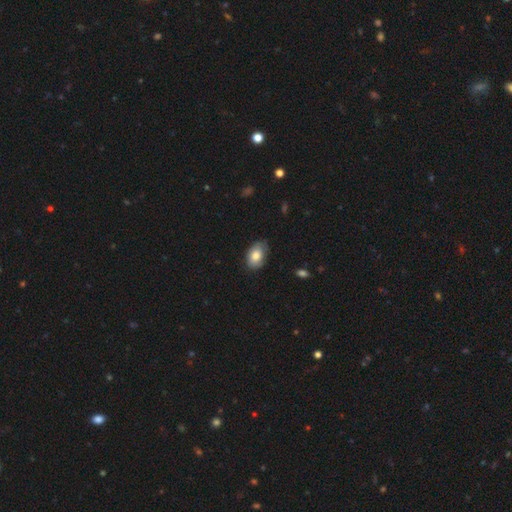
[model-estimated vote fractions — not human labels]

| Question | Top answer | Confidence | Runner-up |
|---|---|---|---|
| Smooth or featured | smooth | 80% | featured or disk (13%) |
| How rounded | in between | 87% | round (12%) |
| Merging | none | 72% | minor disturbance (23%) |